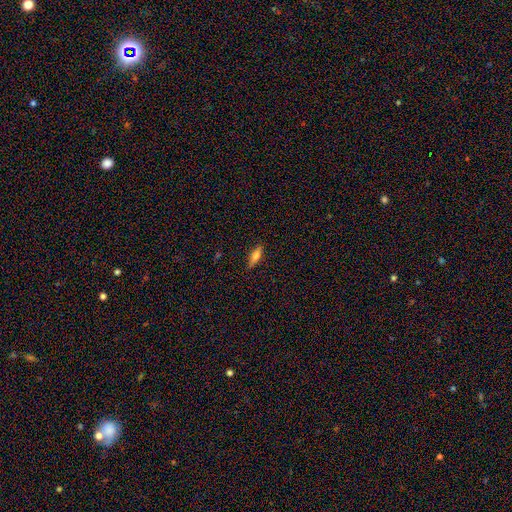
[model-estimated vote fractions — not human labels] Smooth or featured: smooth — 68% (featured or disk — 23%)
How rounded: in between — 52% (cigar-shaped — 45%)
Merging: none — 82% (minor disturbance — 14%)